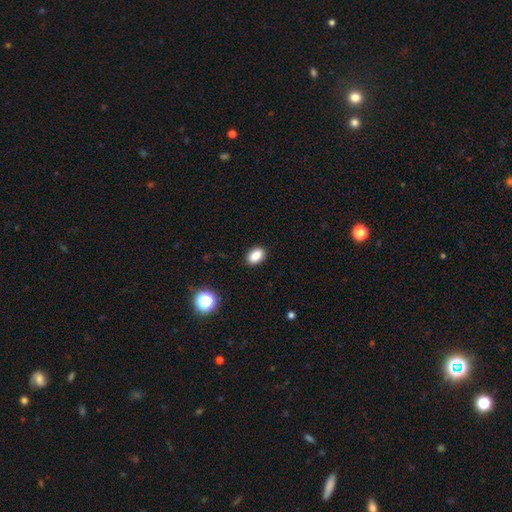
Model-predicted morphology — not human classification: smooth 87%, star or artifact 10%, featured or disk 4%. Down the decision tree: how rounded — in between (83%); merging — none (89%).